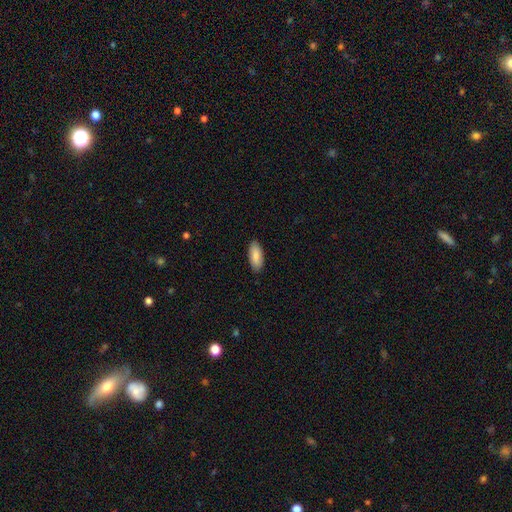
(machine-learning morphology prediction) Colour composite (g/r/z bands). It shows a smooth galaxy with no disk features (88%) that is in between round and cigar-shaped (83%). Merging: none (89%).